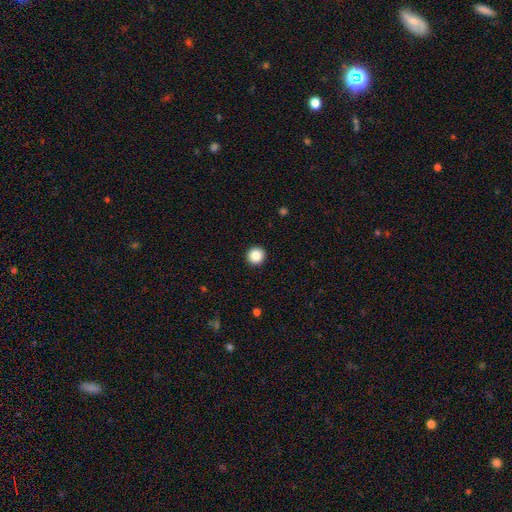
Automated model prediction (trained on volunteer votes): The model was most divided on "smooth or featured": smooth: 87%, star or artifact: 10%, featured or disk: 4%. More confident: how rounded — round (95%); merging — none (93%).